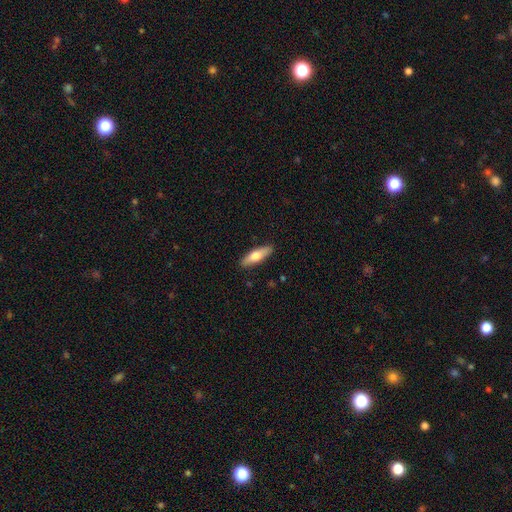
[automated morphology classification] Smooth or featured? Predicted: smooth (p=0.62). How rounded? Predicted: cigar-shaped (p=0.56). Merging? Predicted: none (p=0.89).